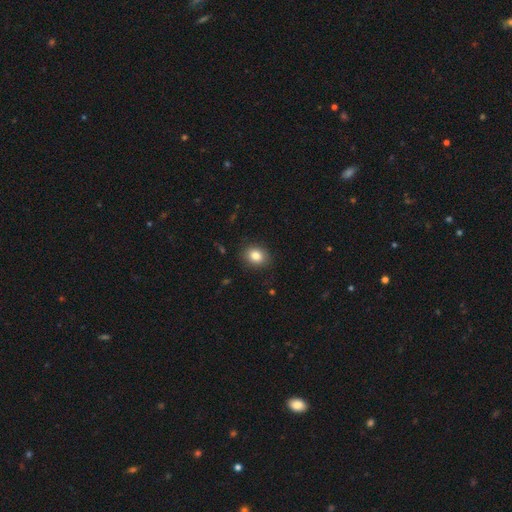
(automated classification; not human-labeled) This appears to be a smooth galaxy with no disk features (84%) that is in between round and cigar-shaped (50%). Merging: none (88%).